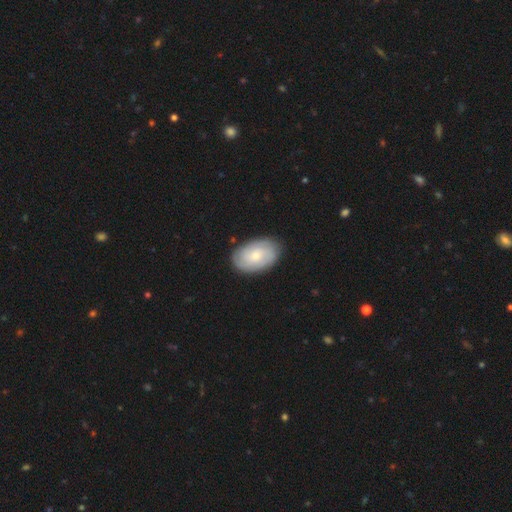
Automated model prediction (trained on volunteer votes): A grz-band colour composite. It shows a featured or disk galaxy (47%, tied with smooth). Merging: none (83%).